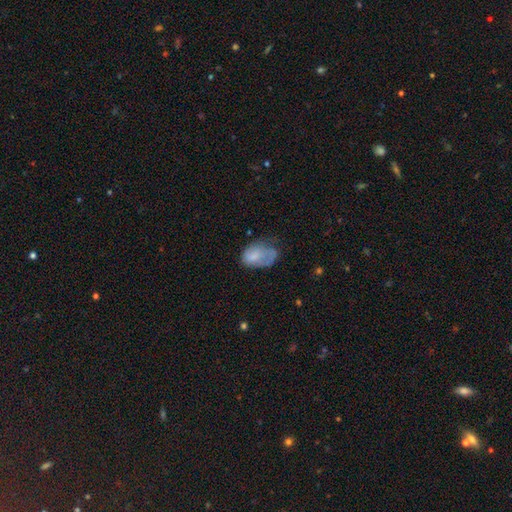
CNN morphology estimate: Smooth or featured? Predicted: smooth (p=0.66). How rounded? Predicted: in between (p=0.87). Merging? Predicted: minor disturbance (p=0.35).